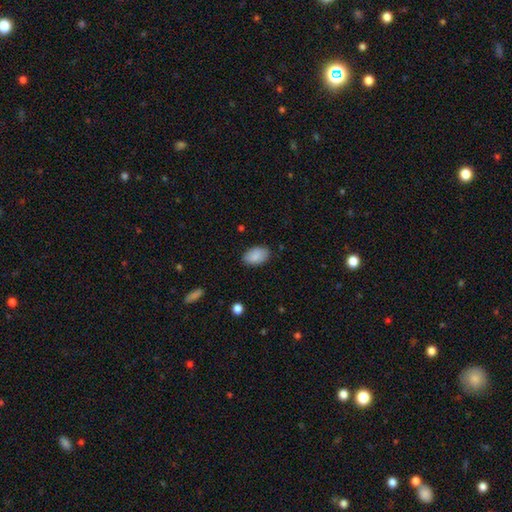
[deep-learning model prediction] Smooth or featured? Predicted: smooth (p=0.88). How rounded? Predicted: in between (p=0.92). Merging? Predicted: none (p=0.84).